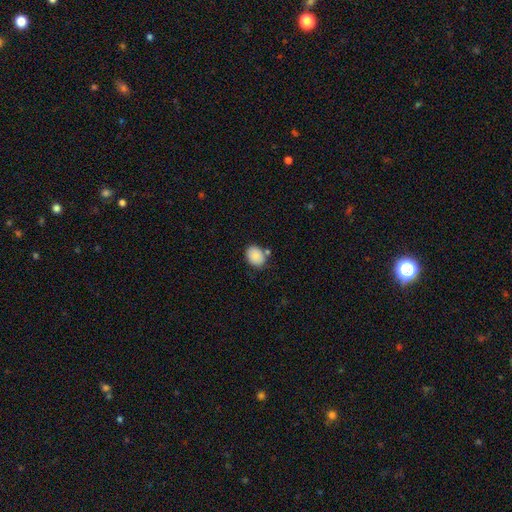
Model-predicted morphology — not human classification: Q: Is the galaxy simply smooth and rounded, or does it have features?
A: smooth — 84%.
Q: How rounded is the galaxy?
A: in between — 57%.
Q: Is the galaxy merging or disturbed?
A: none — 72%.